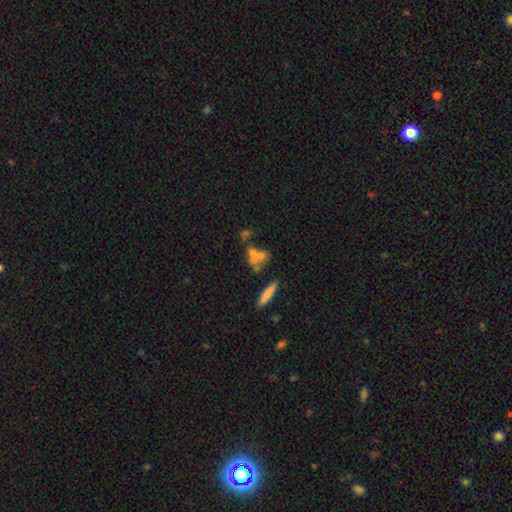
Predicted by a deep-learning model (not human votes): Smooth or featured? smooth (52%)
How rounded? in between (56%)
Merging? merger (48%)